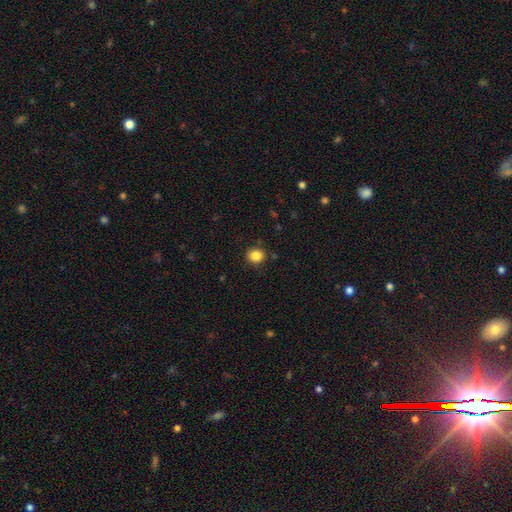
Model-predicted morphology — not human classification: Smooth or featured? Predicted: smooth (p=0.86). How rounded? Predicted: round (p=0.76). Merging? Predicted: none (p=0.88).